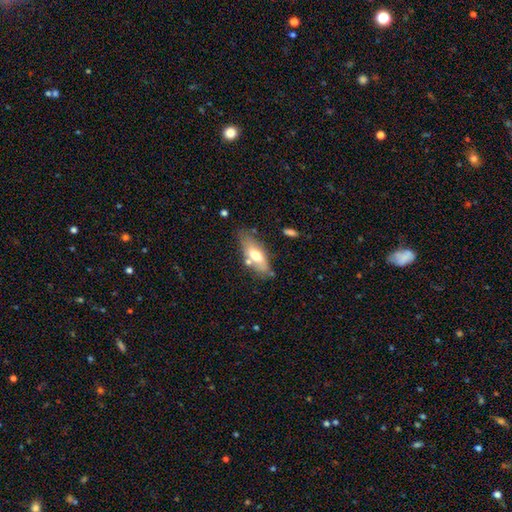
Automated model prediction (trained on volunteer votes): Smooth or featured? smooth (60%)
How rounded? in between (75%)
Merging? none (65%)